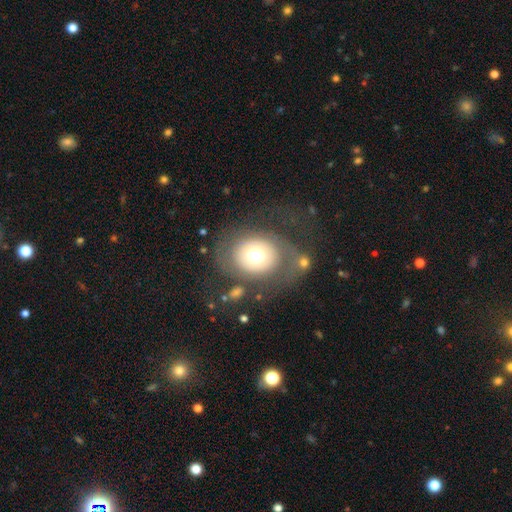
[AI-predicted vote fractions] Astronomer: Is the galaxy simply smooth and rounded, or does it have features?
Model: smooth — 51% (runner-up: featured or disk, 39%).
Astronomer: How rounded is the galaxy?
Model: round — 53% (runner-up: in between, 46%).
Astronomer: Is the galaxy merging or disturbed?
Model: none — 60%.